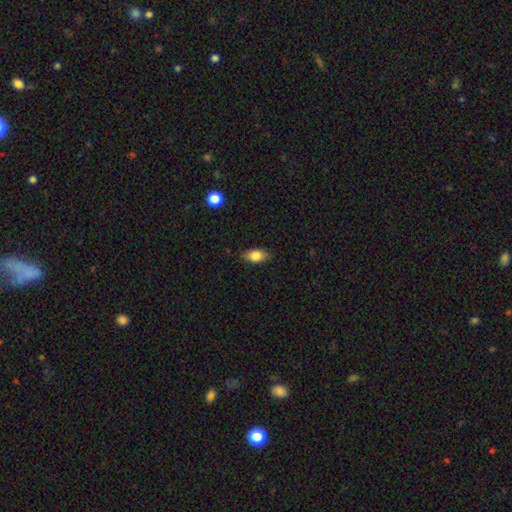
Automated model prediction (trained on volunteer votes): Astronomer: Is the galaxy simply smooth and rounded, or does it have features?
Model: smooth — 80%.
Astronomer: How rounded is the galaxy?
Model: in between — 86%.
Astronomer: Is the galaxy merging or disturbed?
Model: none — 83%.